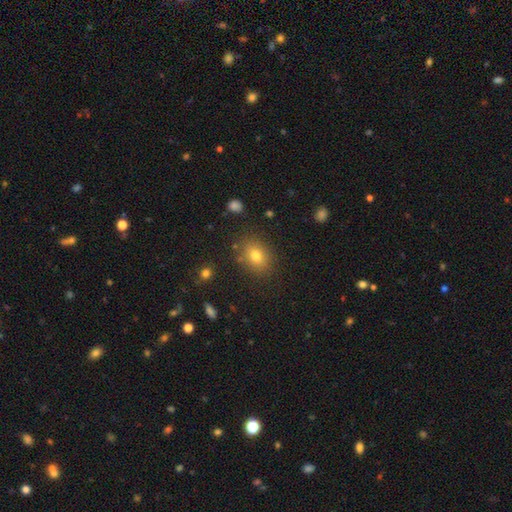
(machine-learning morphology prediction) Smooth or featured? Predicted: smooth (p=0.76). How rounded? Predicted: in between (p=0.58). Merging? Predicted: none (p=0.82).